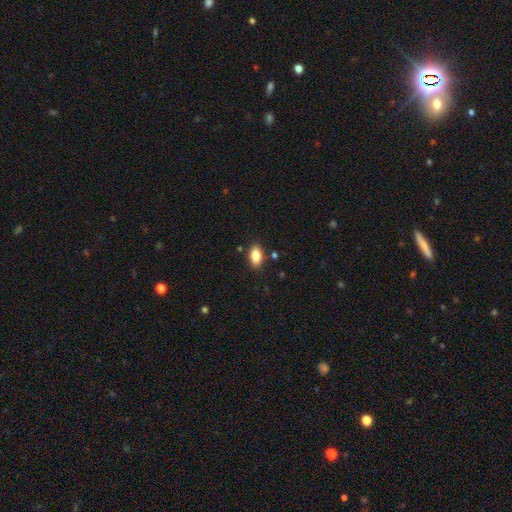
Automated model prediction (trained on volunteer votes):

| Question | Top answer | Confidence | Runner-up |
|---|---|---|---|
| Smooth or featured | smooth | 84% | star or artifact (8%) |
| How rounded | in between | 91% | round (6%) |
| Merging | none | 86% | minor disturbance (10%) |